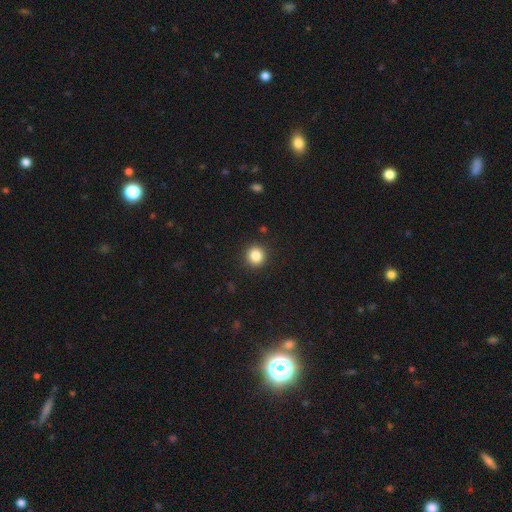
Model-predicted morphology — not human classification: A smooth galaxy with no disk features (85%) that is round (93%).

Vote fractions:
- Smooth or featured? smooth: 85% / star or artifact: 11% / featured or disk: 4%
- How rounded? round: 93% / in between: 6% / cigar-shaped: 1%
- Merging? none: 91% / minor disturbance: 5% / major disturbance: 2% / merger: 1%